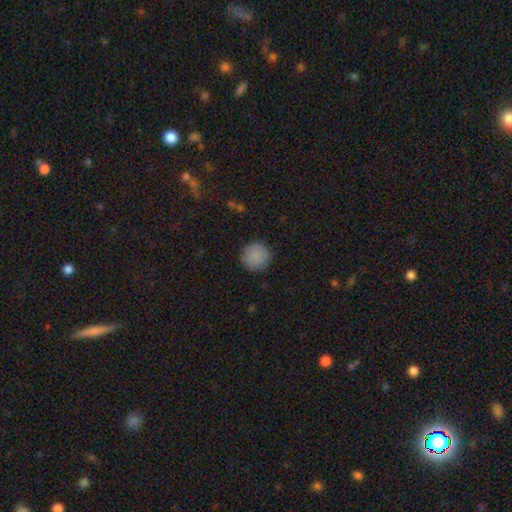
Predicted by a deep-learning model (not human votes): Morphology: type=smooth (86%); roundness=round (94%); merging=none (86%).